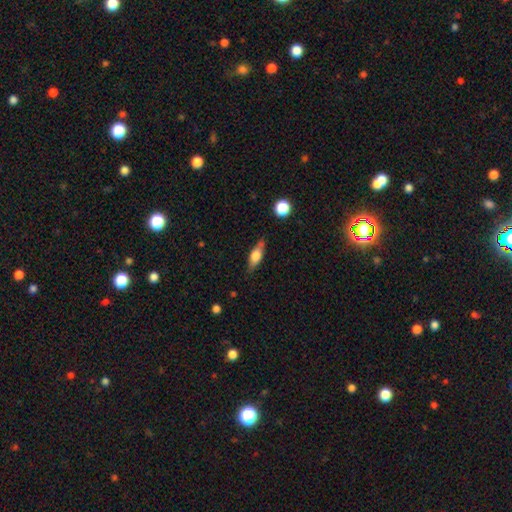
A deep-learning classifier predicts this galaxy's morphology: smooth-or-featured: smooth: 53% | featured or disk: 39% | star or artifact: 7%
  how-rounded: in between: 56% | cigar-shaped: 39% | round: 5%
  merging: none: 76% | minor disturbance: 17% | major disturbance: 4% | merger: 3%